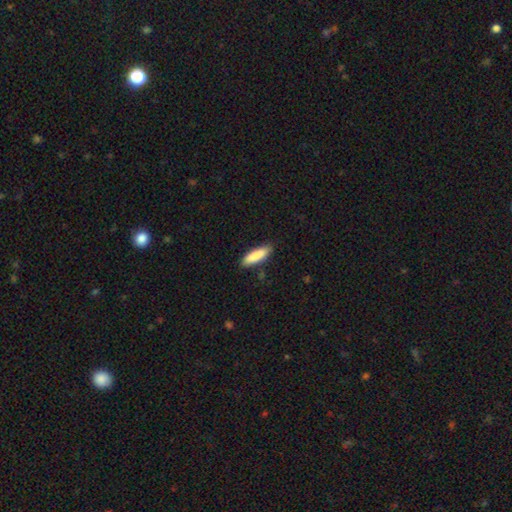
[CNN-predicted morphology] Smooth or featured?
  - smooth: 85% *
  - featured or disk: 9%
  - star or artifact: 5%
How rounded?
  - cigar-shaped: 60% *
  - in between: 38%
  - round: 1%
Merging?
  - none: 86% *
  - minor disturbance: 11%
  - major disturbance: 2%
  - merger: 1%